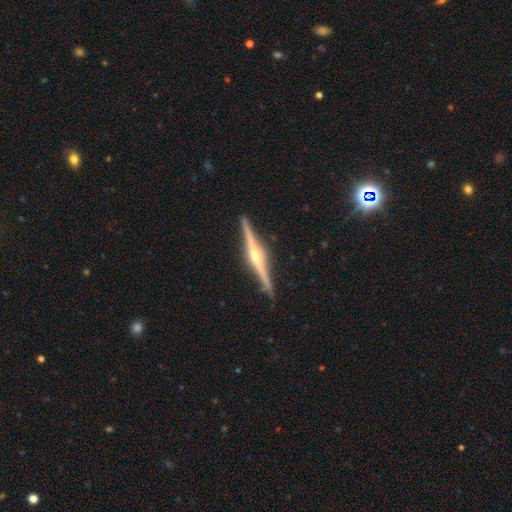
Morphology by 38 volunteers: Smooth or featured? 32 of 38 (84%) said featured or disk. Edge-on disk? 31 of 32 (97%) said yes. Edge-on bulge? 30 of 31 (97%) said rounded. Merging? 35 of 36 (97%) said none.